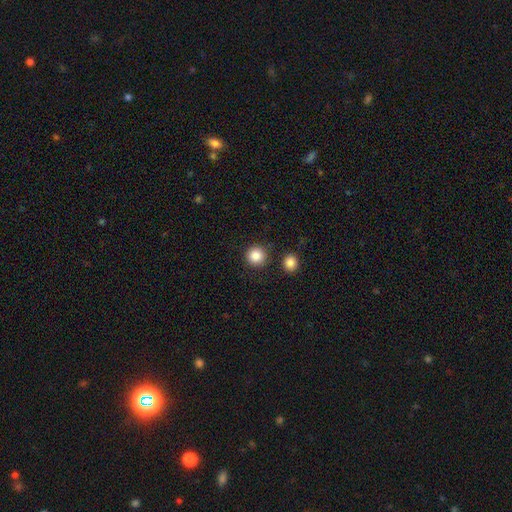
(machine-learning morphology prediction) A smooth galaxy with no disk features (87%) that is round (95%).

Vote fractions:
- Smooth or featured? smooth: 87% / star or artifact: 10% / featured or disk: 4%
- How rounded? round: 95% / in between: 4% / cigar-shaped: 1%
- Merging? none: 88% / minor disturbance: 6% / merger: 4% / major disturbance: 2%